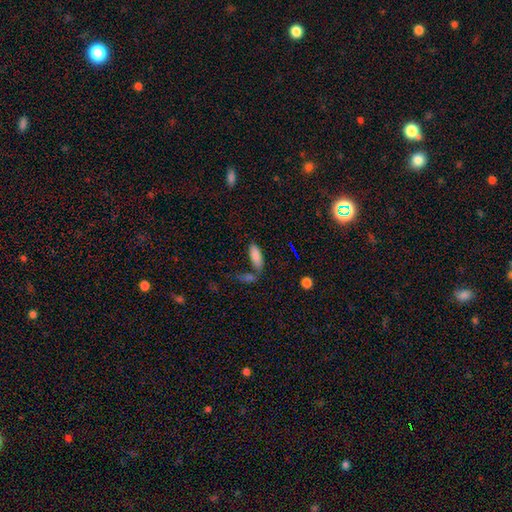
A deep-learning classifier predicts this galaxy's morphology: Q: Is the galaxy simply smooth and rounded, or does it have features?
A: smooth — 84%.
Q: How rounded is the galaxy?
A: in between — 72%.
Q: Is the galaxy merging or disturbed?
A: none — 56%.